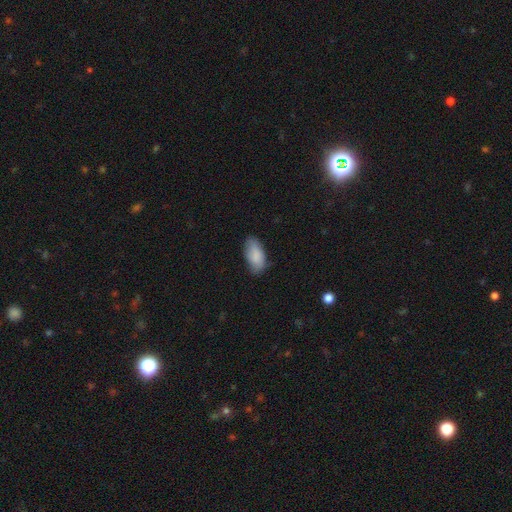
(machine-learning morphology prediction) This appears to be a smooth galaxy with no disk features (85%) that is in between round and cigar-shaped (93%). Merging: none (71%).